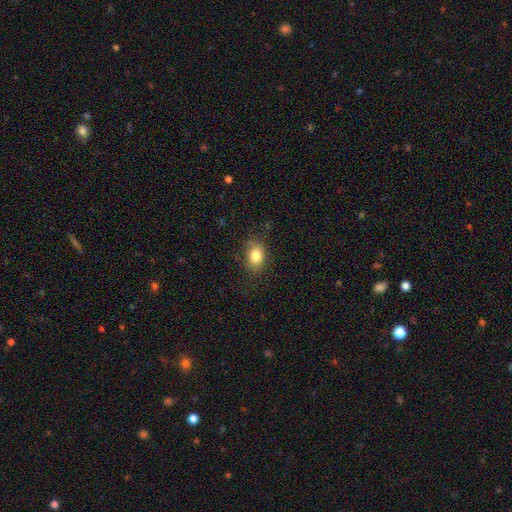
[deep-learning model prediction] Morphology: type=smooth (82%); roundness=in between (68%); merging=none (76%).